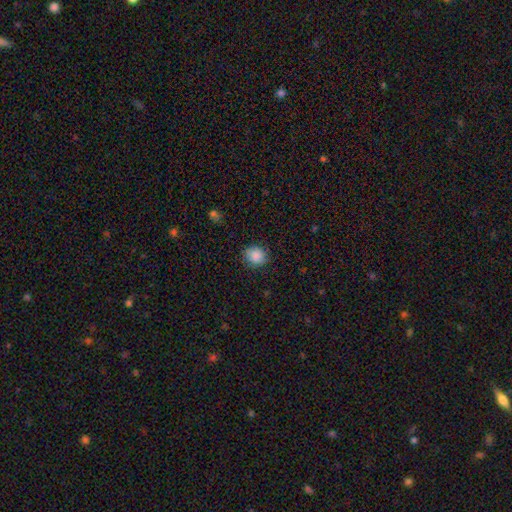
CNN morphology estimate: This appears to be a smooth galaxy with no disk features (87%) that is round (85%). Merging: none (85%).